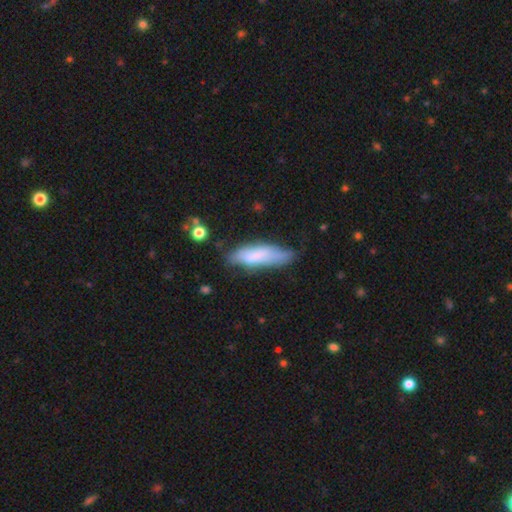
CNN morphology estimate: smooth-or-featured: smooth: 68% | featured or disk: 25% | star or artifact: 7%
  how-rounded: cigar-shaped: 57% | in between: 42% | round: 2%
  merging: none: 52% | minor disturbance: 30% | major disturbance: 11% | merger: 6%